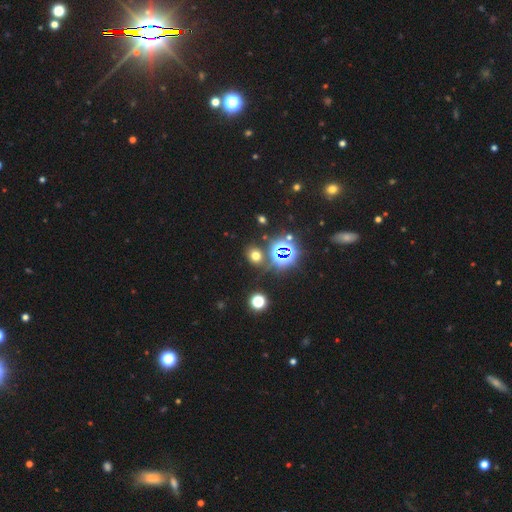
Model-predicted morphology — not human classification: Smooth or featured: smooth — 57% (star or artifact — 36%)
How rounded: round — 68% (in between — 31%)
Merging: none — 81% (minor disturbance — 9%)